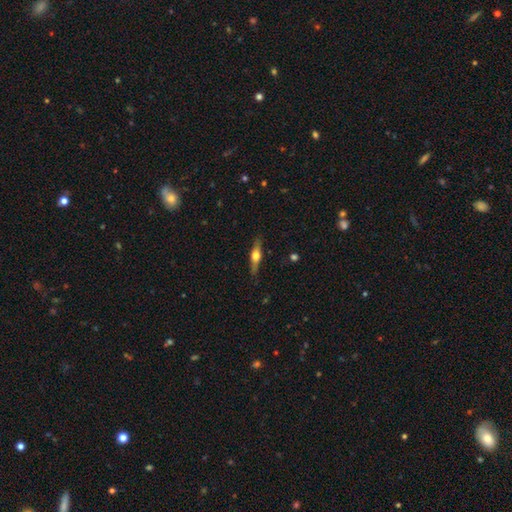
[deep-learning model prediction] Smooth or featured?
  - featured or disk: 63% *
  - smooth: 31%
  - star or artifact: 6%
Edge-on disk?
  - yes: 96% *
  - no: 4%
Edge-on bulge?
  - rounded: 94% *
  - boxy: 4%
  - none: 2%
Merging?
  - none: 87% *
  - minor disturbance: 10%
  - major disturbance: 2%
  - merger: 1%